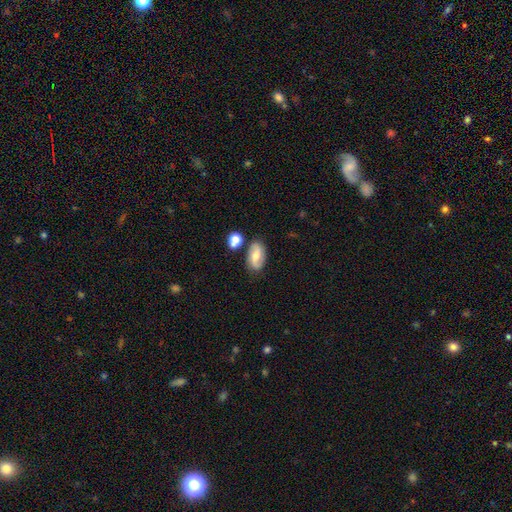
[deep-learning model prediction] This is possibly a featured or disk galaxy (57%). It is clearly not viewed edge-on (95%). Bar: marginally weak (43%). Spiral arm pattern: clearly yes (87%). Central bulge: likely moderate (60%). Merging: likely none (74%).